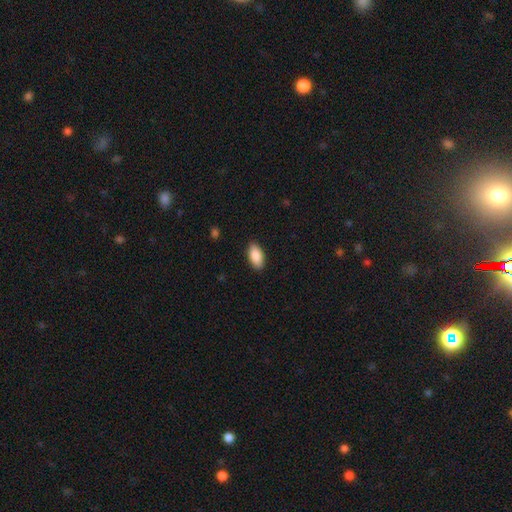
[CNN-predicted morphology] smooth_or_featured: smooth (p=0.89) [alt: star or artifact p=0.06]
how_rounded: in between (p=0.93) [alt: cigar-shaped p=0.05]
merging: none (p=0.89) [alt: minor disturbance p=0.08]